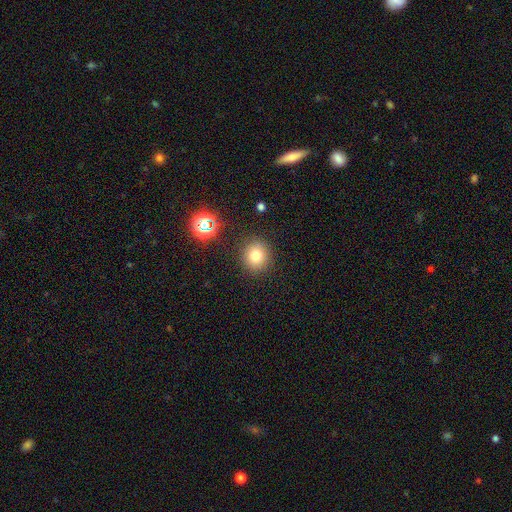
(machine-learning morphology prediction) smooth-or-featured: smooth: 76% | star or artifact: 15% | featured or disk: 8%
  how-rounded: round: 87% | in between: 13% | cigar-shaped: 1%
  merging: none: 88% | minor disturbance: 7% | major disturbance: 3% | merger: 2%